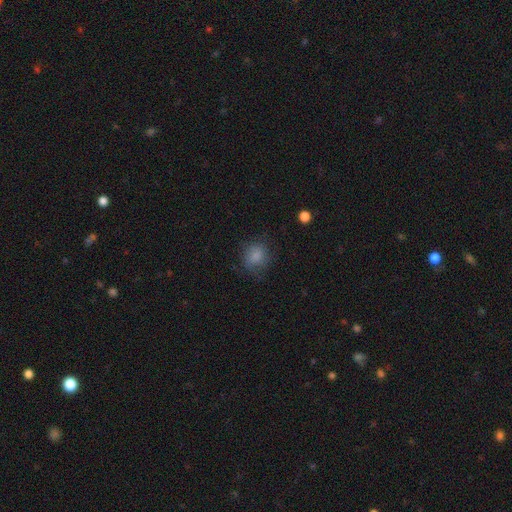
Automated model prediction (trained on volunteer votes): smooth_or_featured: smooth (p=0.80) [alt: star or artifact p=0.10]
how_rounded: round (p=0.69) [alt: in between p=0.30]
merging: none (p=0.67) [alt: minor disturbance p=0.21]